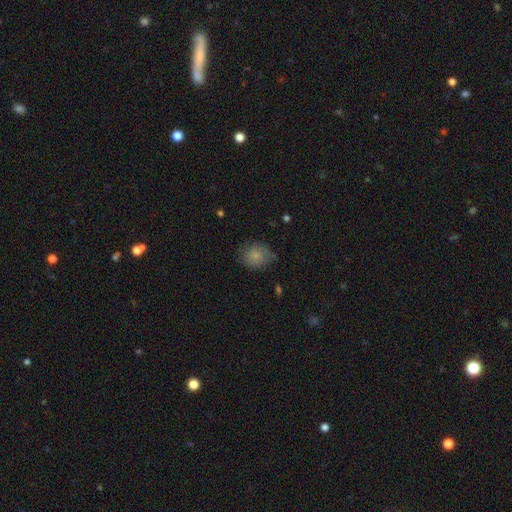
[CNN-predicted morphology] Smooth or featured? Predicted: smooth (p=0.79). How rounded? Predicted: round (p=0.74). Merging? Predicted: none (p=0.71).